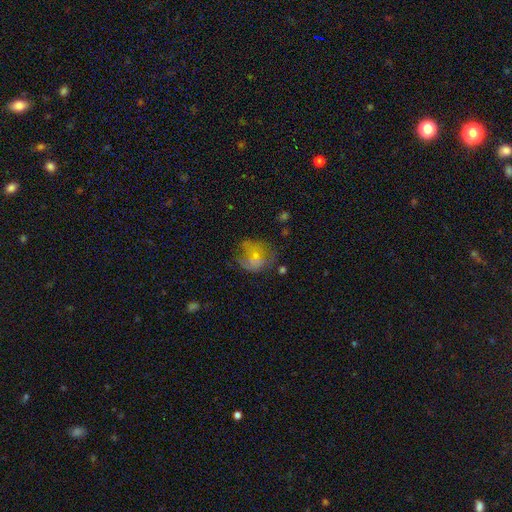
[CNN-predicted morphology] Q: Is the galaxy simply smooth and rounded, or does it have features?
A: smooth — 44%.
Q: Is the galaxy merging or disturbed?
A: none — 40%.